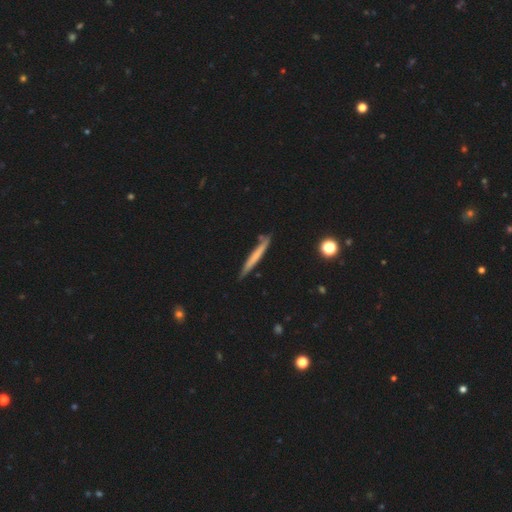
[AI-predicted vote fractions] Overall: smooth (58%; featured or disk 36%). How rounded: cigar-shaped (96%). Merging: none (82%).